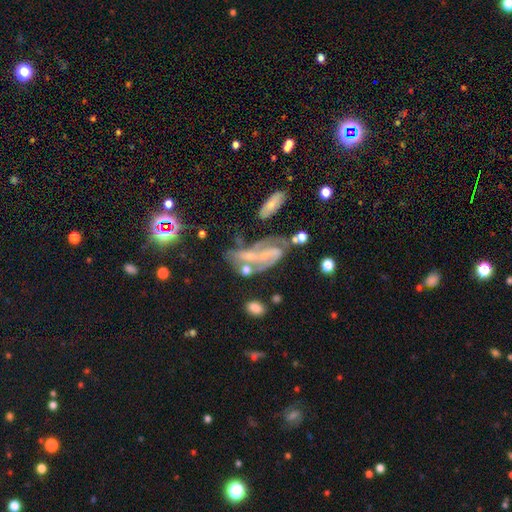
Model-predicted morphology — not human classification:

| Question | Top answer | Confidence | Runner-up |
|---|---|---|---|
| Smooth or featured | featured or disk | 65% | star or artifact (19%) |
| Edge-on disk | no | 91% | yes (9%) |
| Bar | no | 42% | weak (36%) |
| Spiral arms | yes | 82% | no (18%) |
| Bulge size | small | 59% | none (24%) |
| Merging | none | 40% | merger (21%) |